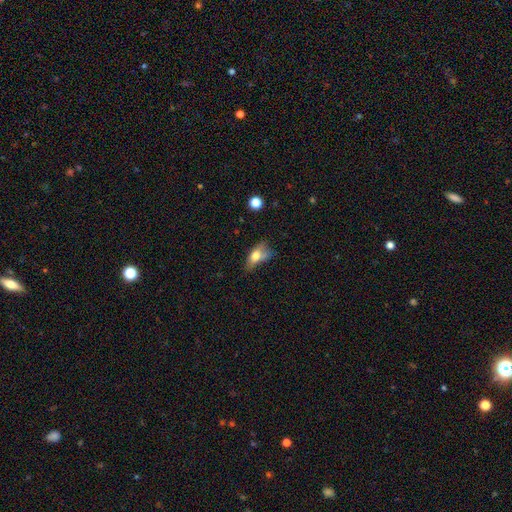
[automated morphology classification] smooth-or-featured: smooth: 66% | featured or disk: 25% | star or artifact: 10%
  how-rounded: in between: 79% | cigar-shaped: 10% | round: 10%
  merging: none: 32% | minor disturbance: 28% | major disturbance: 24% | merger: 16%